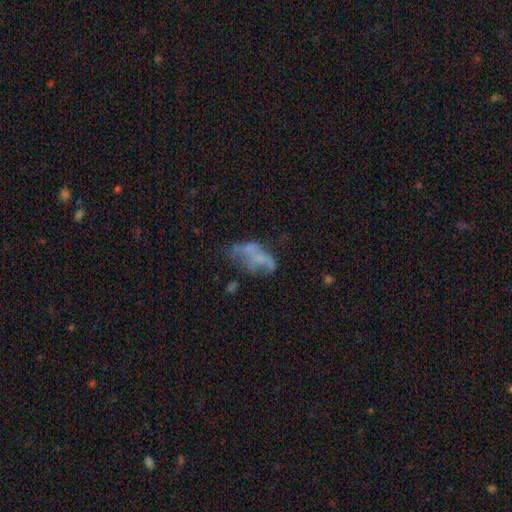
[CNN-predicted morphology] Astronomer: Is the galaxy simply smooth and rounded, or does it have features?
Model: featured or disk — 49% (runner-up: smooth, 36%).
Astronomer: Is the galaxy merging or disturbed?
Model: major disturbance — 33% (runner-up: none, 32%).